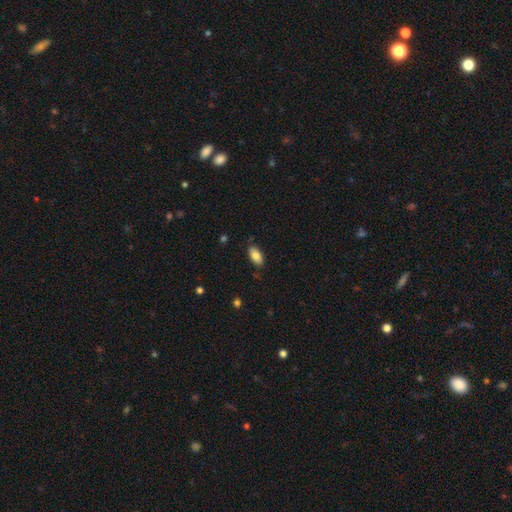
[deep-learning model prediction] A smooth galaxy with no disk features (82%) that is in between round and cigar-shaped (93%). Merging: none (83%).